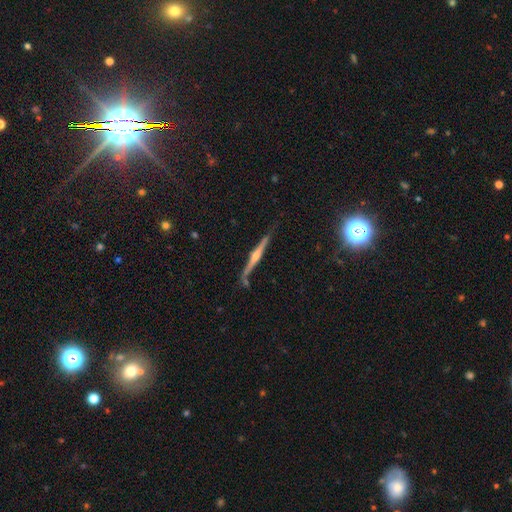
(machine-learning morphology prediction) Q: Smooth or featured?
A: featured or disk (80%); runner-up: smooth (13%)
Q: Edge-on disk?
A: yes (98%); runner-up: no (2%)
Q: Edge-on bulge?
A: rounded (85%); runner-up: none (8%)
Q: Merging?
A: none (80%); runner-up: minor disturbance (14%)